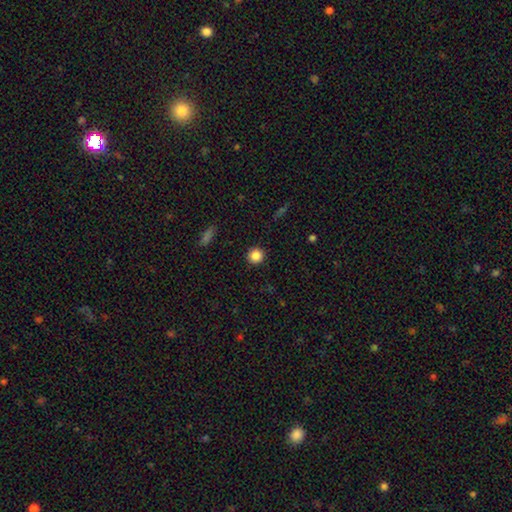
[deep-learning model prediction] This is clearly a smooth galaxy (85%). How rounded: clearly round (94%). Merging: clearly none (92%).